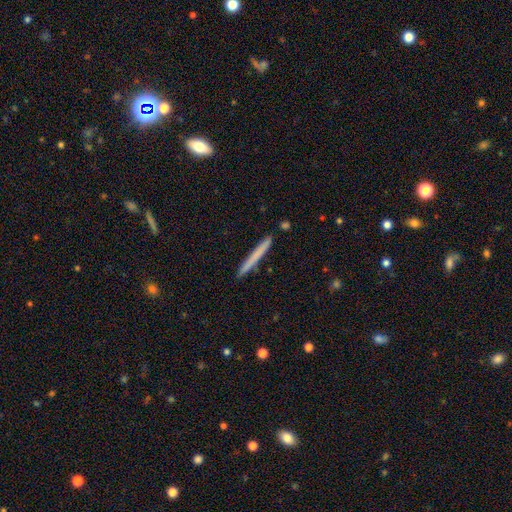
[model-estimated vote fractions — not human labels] Smooth or featured? Predicted: smooth (p=0.68). How rounded? Predicted: cigar-shaped (p=0.97). Merging? Predicted: none (p=0.92).